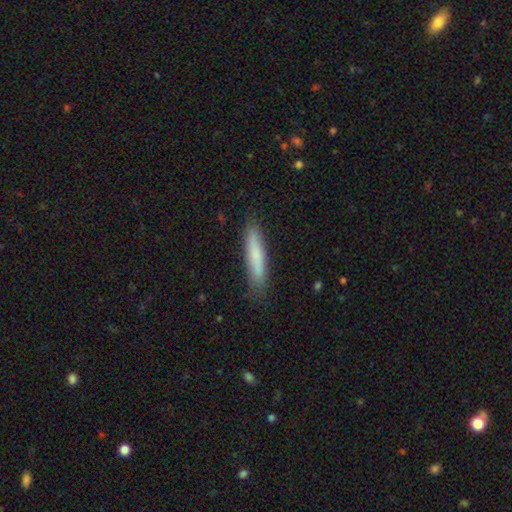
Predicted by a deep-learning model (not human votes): Morphology: type=smooth (76%); roundness=cigar-shaped (89%); merging=none (84%).